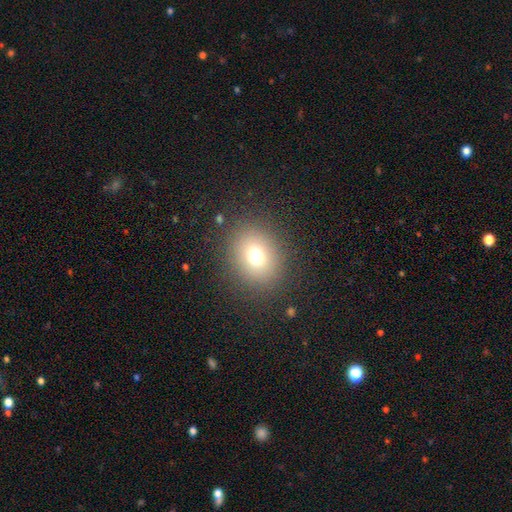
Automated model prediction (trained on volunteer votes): This appears to be a smooth galaxy with no disk features (71%) that is round (65%). Merging: none (85%).